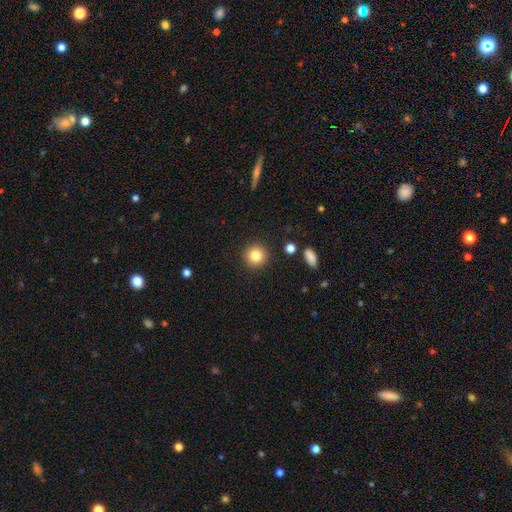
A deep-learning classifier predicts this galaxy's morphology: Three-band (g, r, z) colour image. It shows a smooth galaxy with no disk features (83%) that is round (93%). Merging: none (90%).